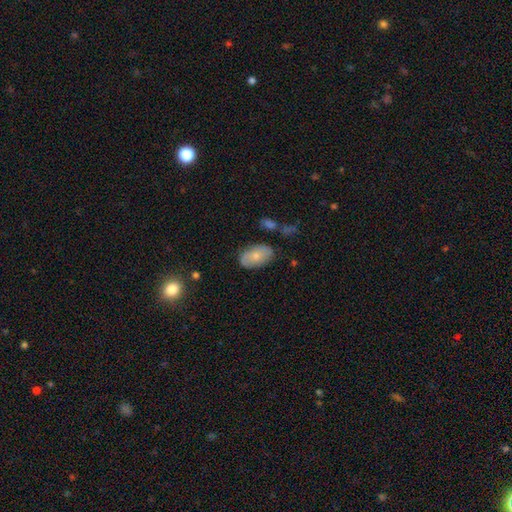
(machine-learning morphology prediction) smooth-or-featured: smooth: 70% | featured or disk: 23% | star or artifact: 7%
  how-rounded: in between: 92% | round: 6% | cigar-shaped: 2%
  merging: none: 72% | minor disturbance: 20% | major disturbance: 5% | merger: 4%